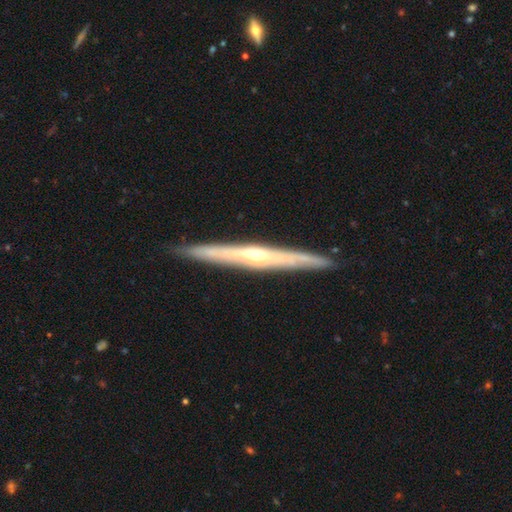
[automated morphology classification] Q: Smooth or featured?
A: featured or disk (78%); runner-up: smooth (16%)
Q: Edge-on disk?
A: yes (95%); runner-up: no (5%)
Q: Edge-on bulge?
A: rounded (74%); runner-up: none (21%)
Q: Merging?
A: none (90%); runner-up: minor disturbance (7%)